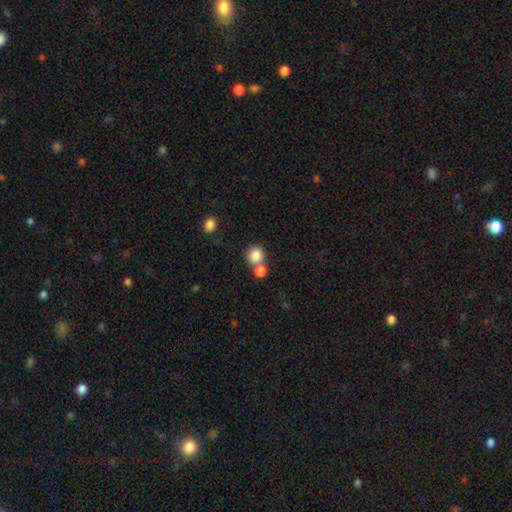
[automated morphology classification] This appears to be a smooth galaxy with no disk features (84%) that is round (87%). Merging: none (50%).